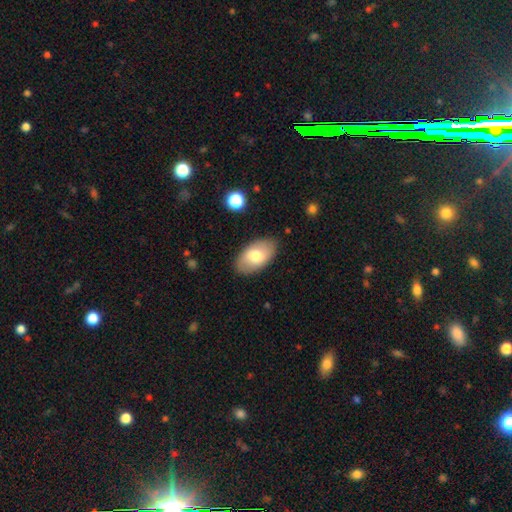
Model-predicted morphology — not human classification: A smooth galaxy with no disk features (69%) that is in between round and cigar-shaped (94%).

Vote fractions:
- Smooth or featured? smooth: 69% / featured or disk: 25% / star or artifact: 6%
- How rounded? in between: 94% / round: 4% / cigar-shaped: 2%
- Merging? none: 85% / minor disturbance: 11% / major disturbance: 3% / merger: 1%